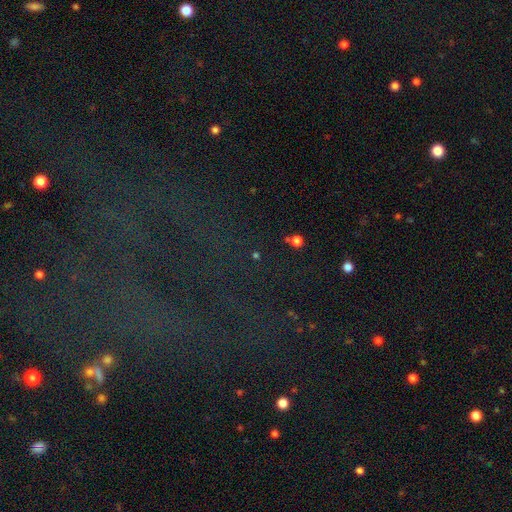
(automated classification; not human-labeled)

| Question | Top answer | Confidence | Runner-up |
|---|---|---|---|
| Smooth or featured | star or artifact | 72% | smooth (19%) |